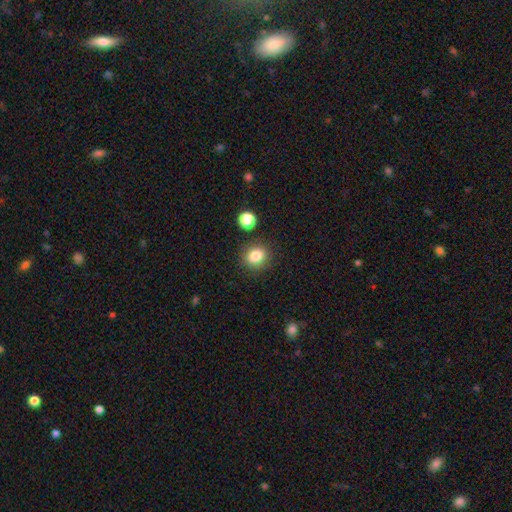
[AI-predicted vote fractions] A smooth galaxy with no disk features (84%) that is round (73%). Merging: none (84%).